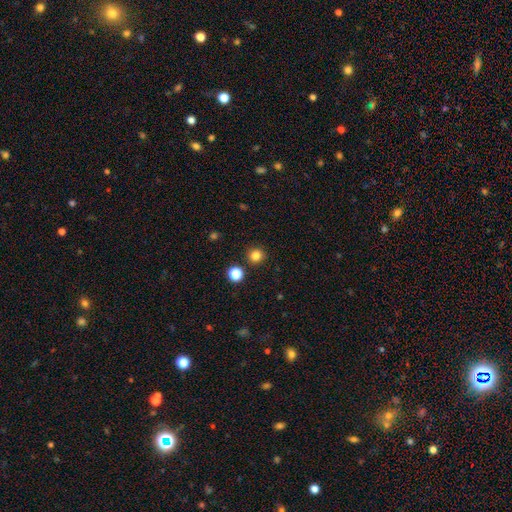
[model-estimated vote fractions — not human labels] smooth_or_featured: smooth (p=0.82) [alt: star or artifact p=0.14]
how_rounded: round (p=0.95) [alt: in between p=0.05]
merging: none (p=0.91) [alt: minor disturbance p=0.05]